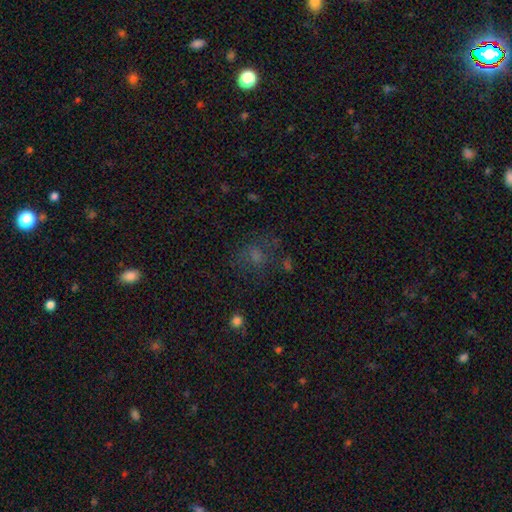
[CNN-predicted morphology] Overall: smooth (52%; star or artifact 29%). How rounded: round (59%; in between 39%). Merging: none (59%).